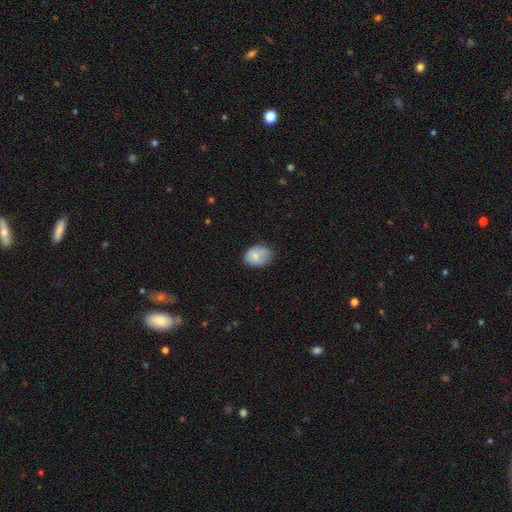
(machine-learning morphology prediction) Smooth or featured? Predicted: smooth (p=0.75). How rounded? Predicted: in between (p=0.66). Merging? Predicted: none (p=0.56).